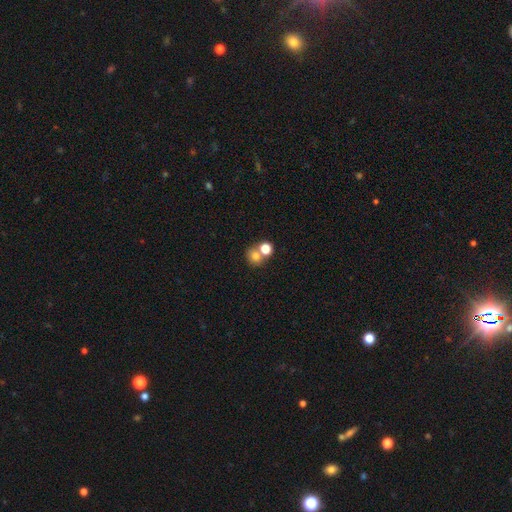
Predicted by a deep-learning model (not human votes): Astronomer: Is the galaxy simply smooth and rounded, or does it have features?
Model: smooth — 75%.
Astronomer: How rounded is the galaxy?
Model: round — 75%.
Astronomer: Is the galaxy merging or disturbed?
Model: none — 47% (runner-up: merger, 42%).